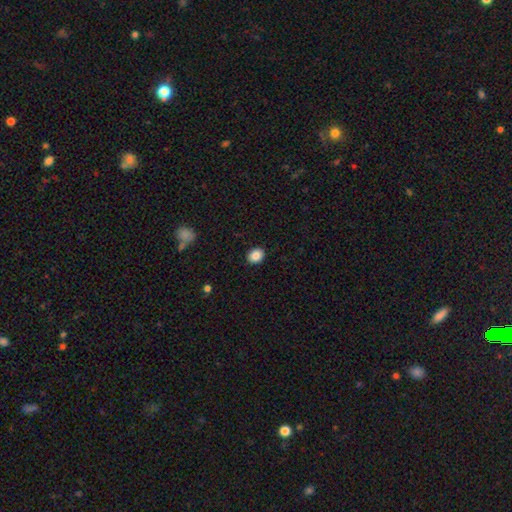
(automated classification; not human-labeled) A smooth galaxy with no disk features (86%) that is round (55%). Merging: none (91%).